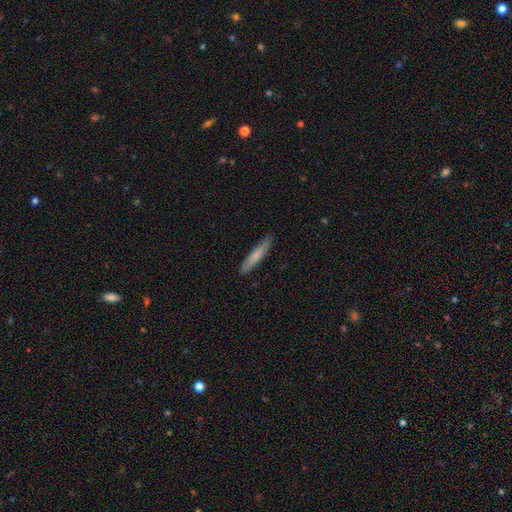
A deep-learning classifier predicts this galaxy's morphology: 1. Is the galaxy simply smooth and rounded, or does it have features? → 74% smooth, 20% featured or disk, 6% star or artifact.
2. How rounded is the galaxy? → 93% cigar-shaped, 6% in between, 1% round.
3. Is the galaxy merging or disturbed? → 88% none, 9% minor disturbance, 2% major disturbance, 1% merger.